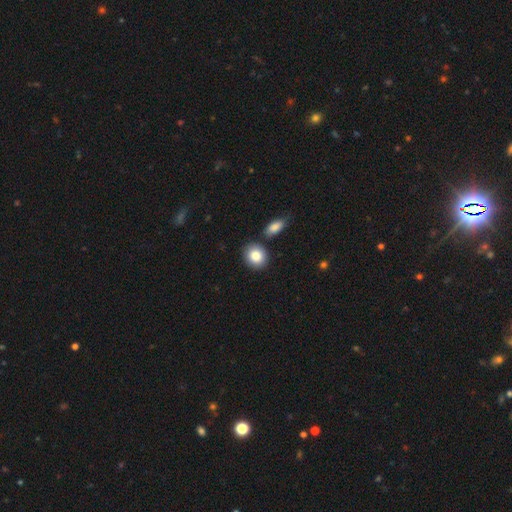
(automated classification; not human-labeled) Smooth or featured? Predicted: smooth (p=0.85). How rounded? Predicted: round (p=0.66). Merging? Predicted: none (p=0.77).